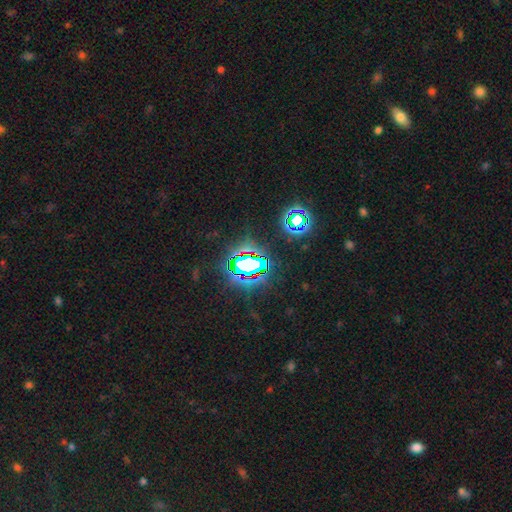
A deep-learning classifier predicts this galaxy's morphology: Smooth or featured? Predicted: star or artifact (p=0.81).